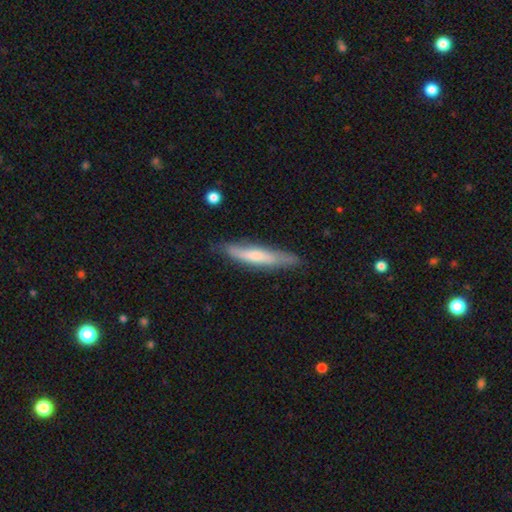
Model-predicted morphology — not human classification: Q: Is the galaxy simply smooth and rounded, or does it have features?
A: smooth — 57%.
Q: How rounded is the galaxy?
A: cigar-shaped — 89%.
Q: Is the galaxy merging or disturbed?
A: none — 77%.